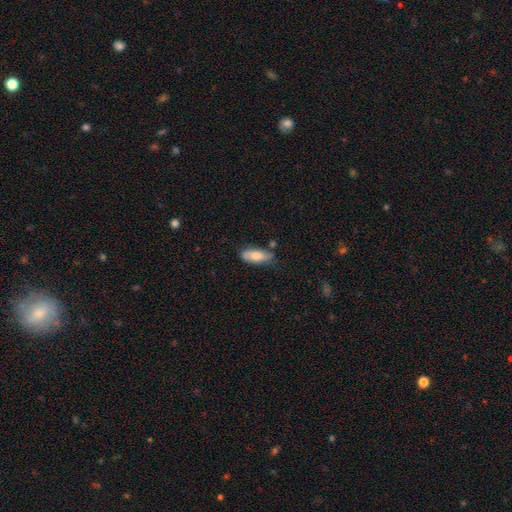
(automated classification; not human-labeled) Overall: smooth (72%). How rounded: in between (75%). Merging: none (63%; minor disturbance 26%).